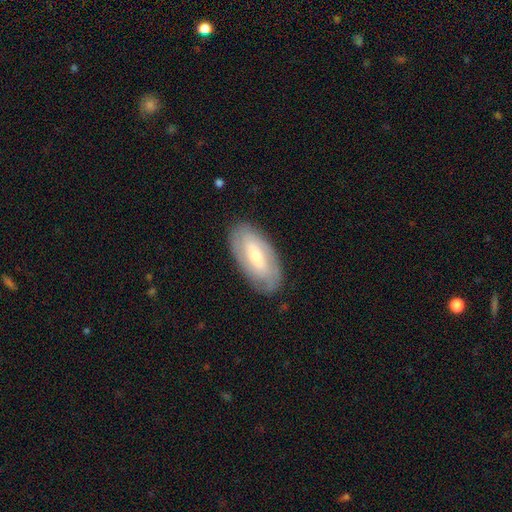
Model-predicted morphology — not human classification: The model was most divided on "bulge size": small: 51%, moderate: 43%, large: 3%, none: 1%, dominant: 1%. Remaining: edge-on disk — no (89%); merging — none (83%); spiral arms — yes (64%); smooth or featured — featured or disk (58%); bar — weak (42%).